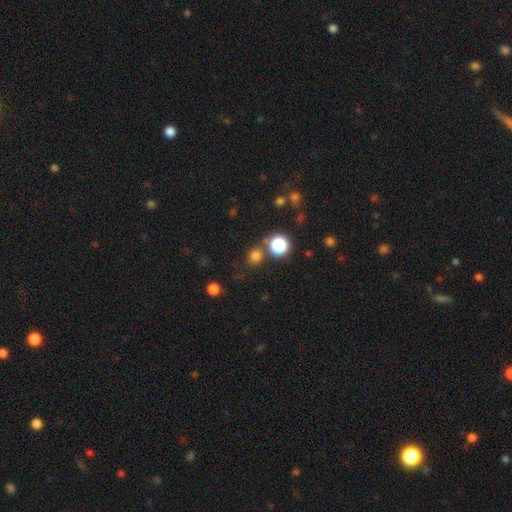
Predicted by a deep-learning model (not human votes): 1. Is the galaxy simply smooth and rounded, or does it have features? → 72% smooth, 23% star or artifact, 5% featured or disk.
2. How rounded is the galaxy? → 77% round, 22% in between, 1% cigar-shaped.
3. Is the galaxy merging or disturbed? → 75% none, 11% merger, 10% minor disturbance, 4% major disturbance.